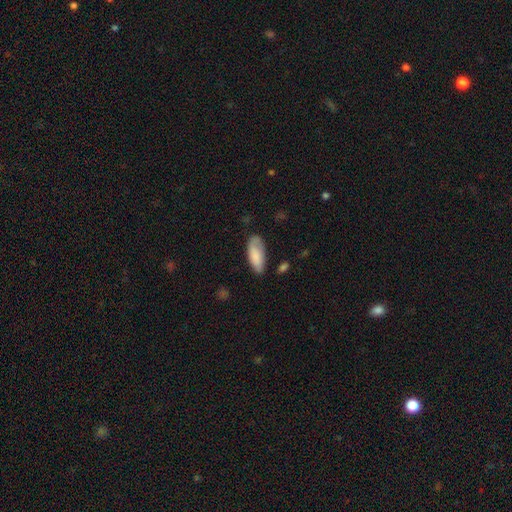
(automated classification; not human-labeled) smooth_or_featured: smooth (p=0.81) [alt: featured or disk p=0.13]
how_rounded: in between (p=0.82) [alt: cigar-shaped p=0.17]
merging: none (p=0.65) [alt: minor disturbance p=0.26]